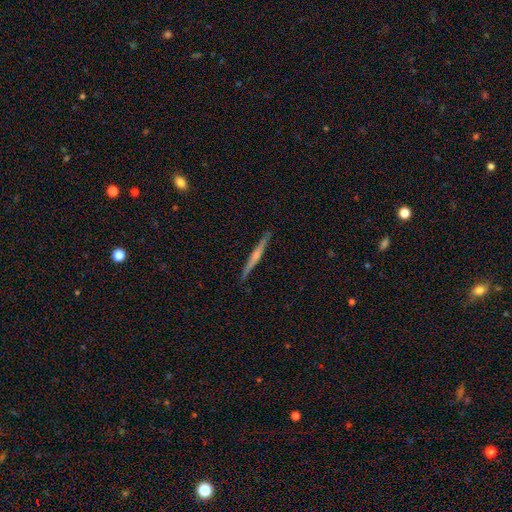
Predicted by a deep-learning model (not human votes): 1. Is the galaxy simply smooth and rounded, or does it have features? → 62% featured or disk, 32% smooth, 6% star or artifact.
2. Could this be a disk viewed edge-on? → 98% yes, 2% no.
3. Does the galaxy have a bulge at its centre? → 57% rounded, 35% none, 9% boxy.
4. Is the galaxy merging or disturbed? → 89% none, 8% minor disturbance, 1% major disturbance, 1% merger.